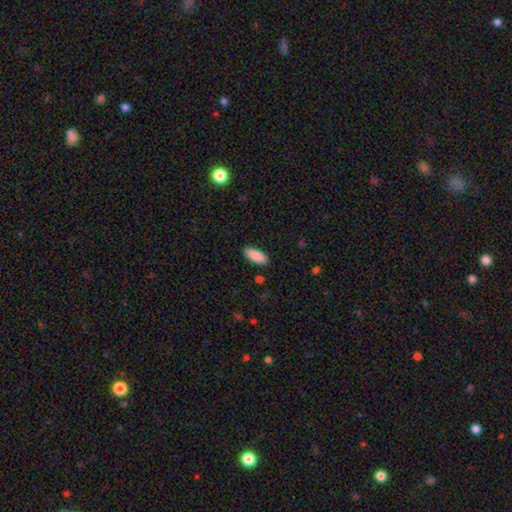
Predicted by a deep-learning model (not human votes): This is clearly a smooth galaxy (90%). How rounded: clearly in between (86%). Merging: clearly none (88%).